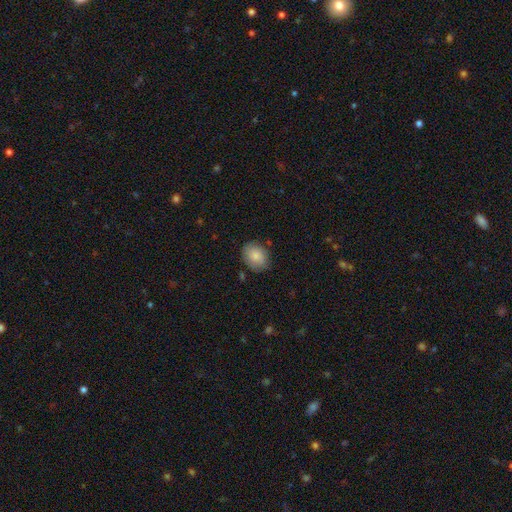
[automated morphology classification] The model was most divided on "how rounded": round: 50%, in between: 49%, cigar-shaped: 1%. More confident: smooth or featured — smooth (79%); merging — none (79%).